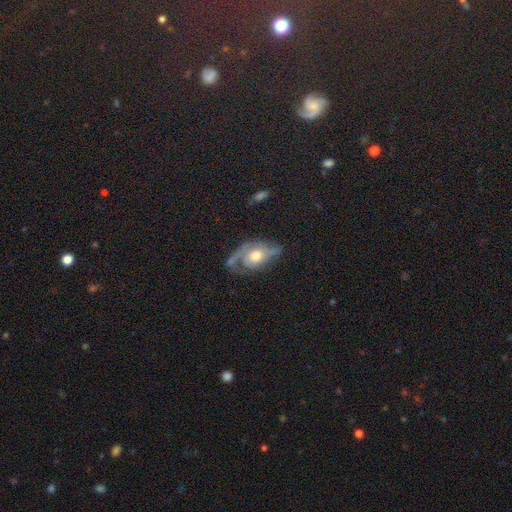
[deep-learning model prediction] Smooth or featured: featured or disk — 59% (smooth — 33%)
Edge-on disk: no — 88% (yes — 12%)
Bar: no — 81% (weak — 15%)
Spiral arms: yes — 60% (no — 40%)
Bulge size: moderate — 66% (large — 18%)
Merging: none — 35% (major disturbance — 31%)